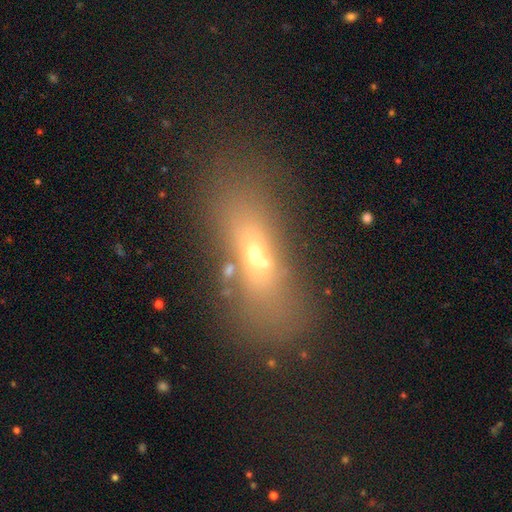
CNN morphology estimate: Smooth or featured? Predicted: smooth (p=0.51). How rounded? Predicted: in between (p=0.60). Merging? Predicted: none (p=0.56).